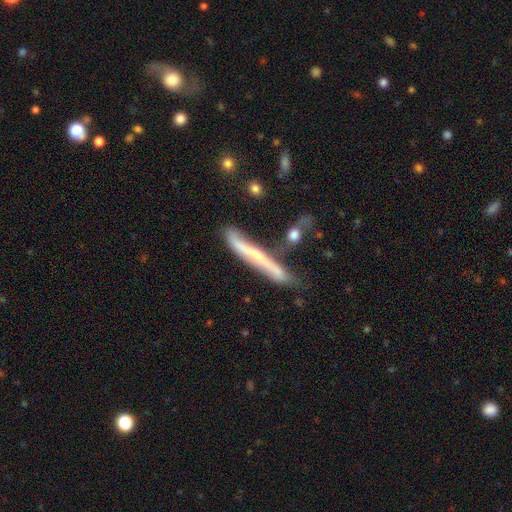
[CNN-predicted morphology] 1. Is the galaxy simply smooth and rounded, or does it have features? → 56% featured or disk, 37% smooth, 7% star or artifact.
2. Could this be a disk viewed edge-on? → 84% yes, 16% no.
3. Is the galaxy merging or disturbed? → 57% none, 24% minor disturbance, 11% merger, 8% major disturbance.